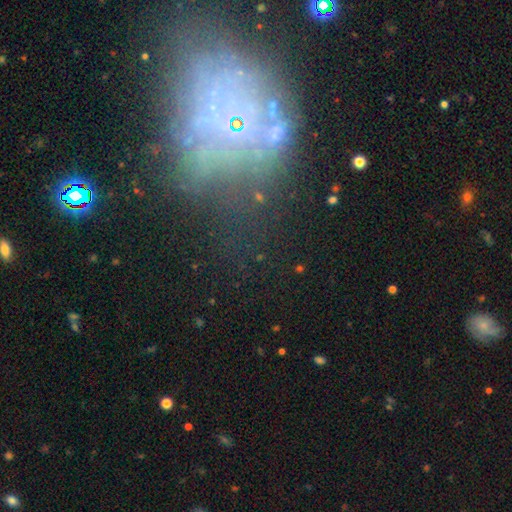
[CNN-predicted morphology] smooth-or-featured: featured or disk: 47% | star or artifact: 32% | smooth: 22%
  merging: none: 56% | major disturbance: 19% | minor disturbance: 18% | merger: 7%